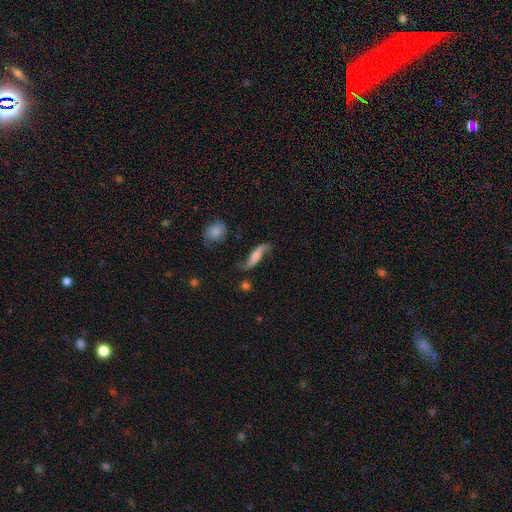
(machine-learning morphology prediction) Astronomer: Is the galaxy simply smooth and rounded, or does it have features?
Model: featured or disk — 77%.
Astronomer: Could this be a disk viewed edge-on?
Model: no — 85%.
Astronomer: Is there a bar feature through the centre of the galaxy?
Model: no — 46% (runner-up: weak, 34%).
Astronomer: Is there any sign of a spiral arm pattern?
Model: yes — 95%.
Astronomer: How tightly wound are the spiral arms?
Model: loose — 89%.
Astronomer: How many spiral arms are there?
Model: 2 — 93%.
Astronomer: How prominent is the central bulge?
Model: moderate — 30% (runner-up: small, 27%).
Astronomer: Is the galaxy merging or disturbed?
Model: none — 71%.